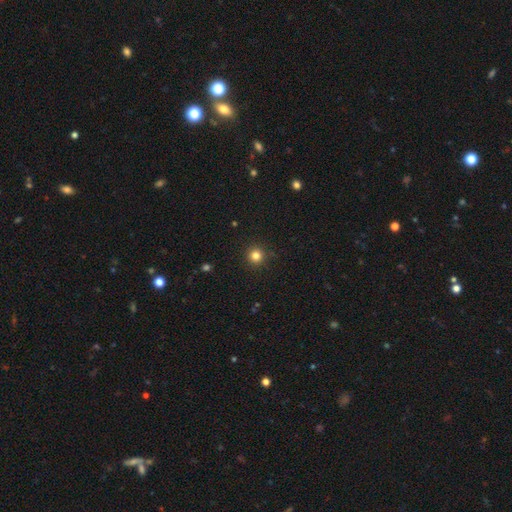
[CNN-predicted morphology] Smooth or featured: smooth — 81% (star or artifact — 14%)
How rounded: round — 95% (in between — 4%)
Merging: none — 91% (minor disturbance — 6%)